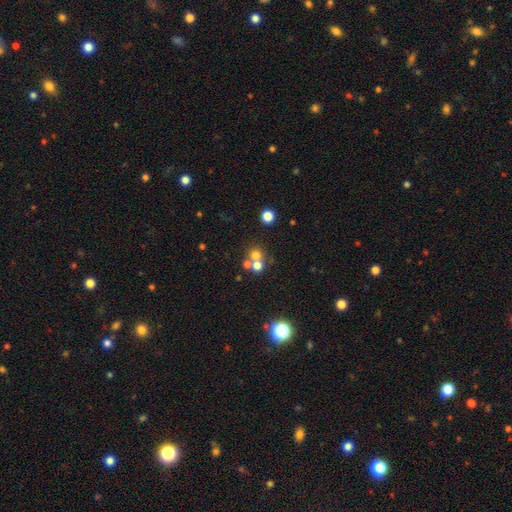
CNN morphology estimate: This appears to be a smooth galaxy with no disk features (65%) that is round (87%). Merging: none (46%).